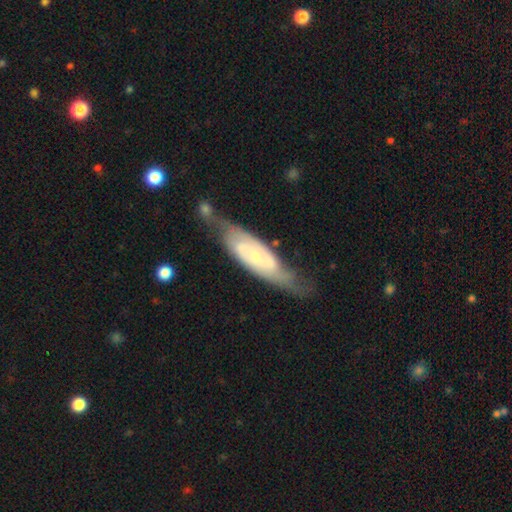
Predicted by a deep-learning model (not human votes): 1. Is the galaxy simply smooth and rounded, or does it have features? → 78% featured or disk, 17% smooth, 5% star or artifact.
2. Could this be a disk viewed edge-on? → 86% no, 14% yes.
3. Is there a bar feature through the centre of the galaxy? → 56% no, 33% weak, 11% strong.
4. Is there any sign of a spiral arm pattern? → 92% yes, 8% no.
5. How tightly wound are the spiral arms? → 45% tight, 40% medium, 15% loose.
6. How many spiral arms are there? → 74% 2, 18% can't tell, 4% 3, 2% 1, 2% 4, 1% more than 4.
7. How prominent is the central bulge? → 66% small, 28% moderate, 3% none, 2% large, 1% dominant.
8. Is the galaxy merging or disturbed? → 53% none, 26% minor disturbance, 12% major disturbance, 9% merger.